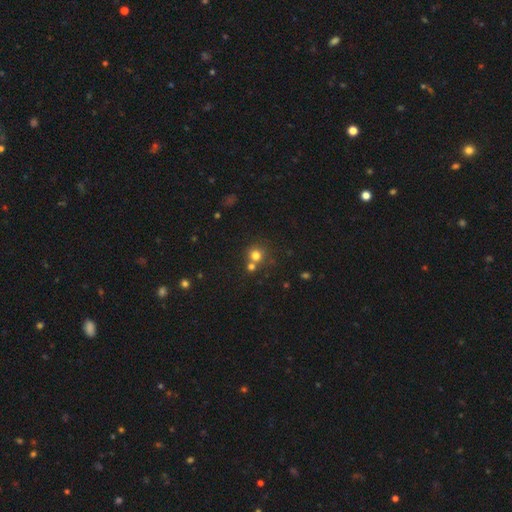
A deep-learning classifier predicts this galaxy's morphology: Smooth or featured: smooth — 75% (star or artifact — 16%)
How rounded: round — 89% (in between — 10%)
Merging: none — 56% (merger — 32%)